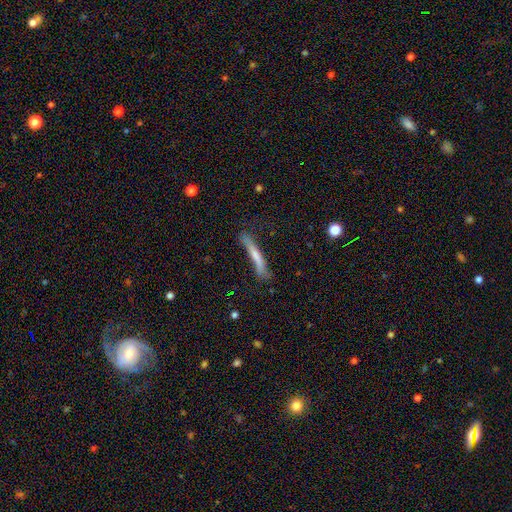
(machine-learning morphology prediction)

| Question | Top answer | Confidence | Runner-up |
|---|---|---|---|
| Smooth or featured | smooth | 53% | featured or disk (40%) |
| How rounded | cigar-shaped | 95% | in between (4%) |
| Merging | none | 65% | minor disturbance (24%) |